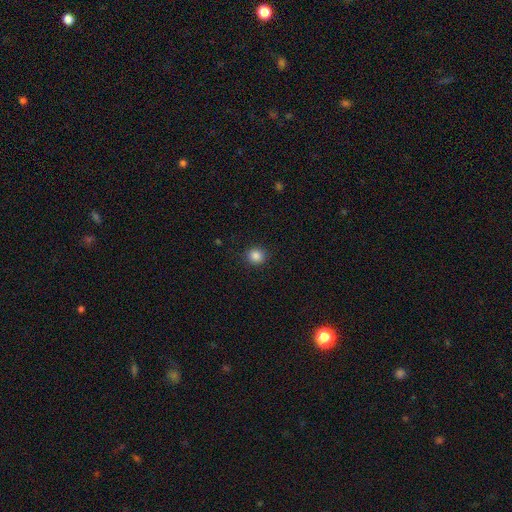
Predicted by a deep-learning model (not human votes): Q: Smooth or featured?
A: smooth (86%); runner-up: star or artifact (10%)
Q: How rounded?
A: round (87%); runner-up: in between (12%)
Q: Merging?
A: none (90%); runner-up: minor disturbance (7%)